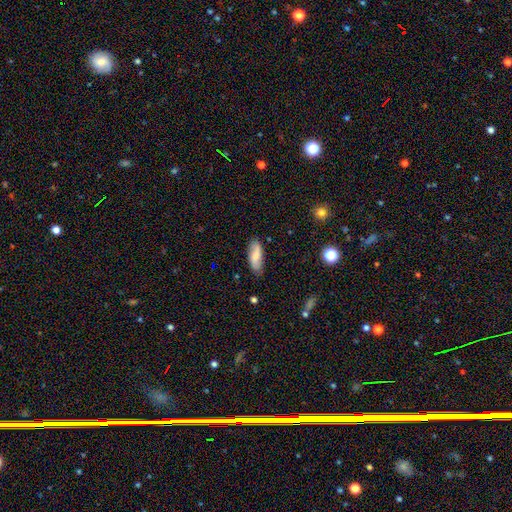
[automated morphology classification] Smooth or featured? smooth (68%)
How rounded? in between (71%)
Merging? none (80%)